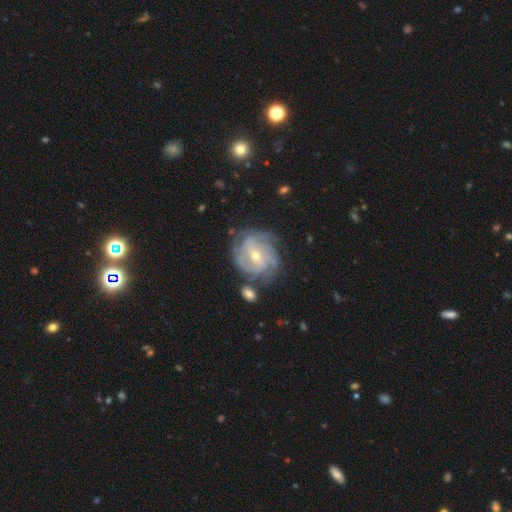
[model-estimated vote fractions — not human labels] The model was most divided on "spiral arm count": 4: 29%, can't tell: 26%, 3: 20%, 2: 10%, more than 4: 9%, 1: 6%. Remaining: edge-on disk — no (97%); spiral arms — yes (96%); smooth or featured — featured or disk (86%); merging — none (71%); spiral winding — tight (66%); bulge size — small (57%); bar — no (49%).